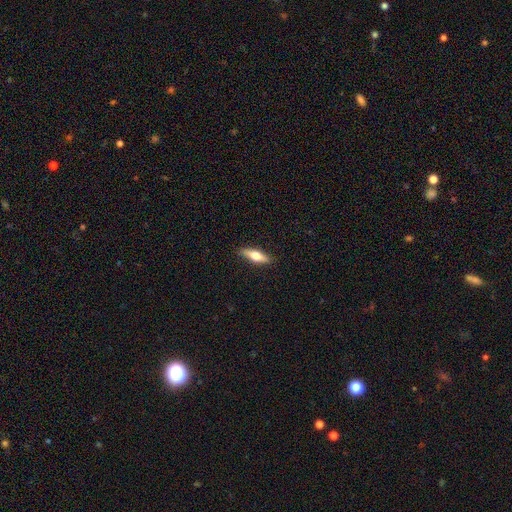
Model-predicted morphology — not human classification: Overall: smooth (53%; featured or disk 41%). How rounded: cigar-shaped (56%; in between 41%). Merging: none (87%).